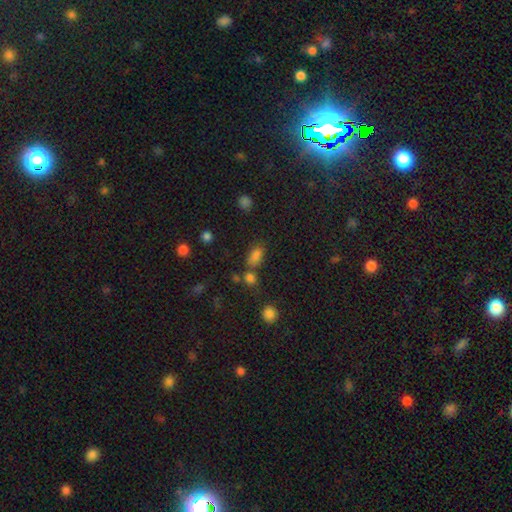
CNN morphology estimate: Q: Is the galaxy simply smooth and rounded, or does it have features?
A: smooth — 74%.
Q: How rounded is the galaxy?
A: in between — 82%.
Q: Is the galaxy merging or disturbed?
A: none — 53%.